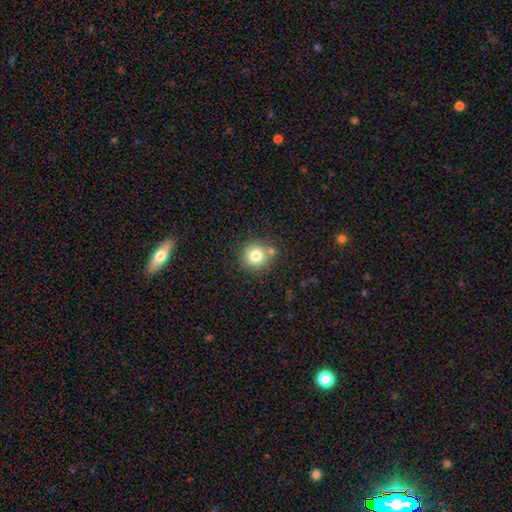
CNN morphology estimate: A smooth galaxy with no disk features (79%) that is round (93%). Merging: none (77%).